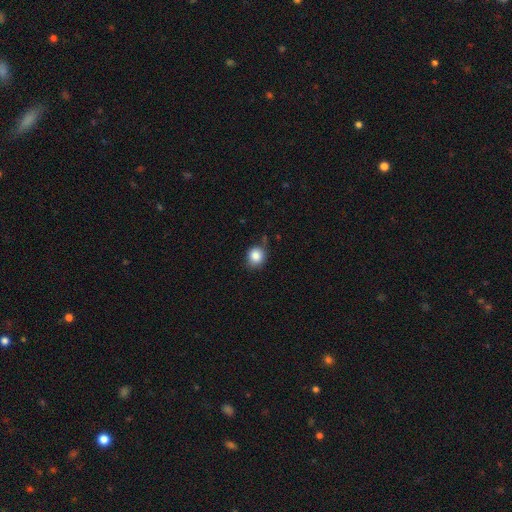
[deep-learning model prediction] This is clearly a smooth galaxy (85%). How rounded: clearly round (80%). Merging: likely none (74%).